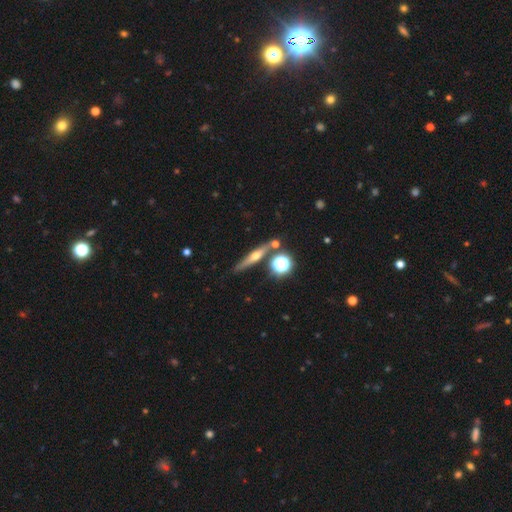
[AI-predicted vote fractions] A featured or disk galaxy (58%) viewed edge-on (93%) with a rounded central bulge (90%). Merging: none (80%).